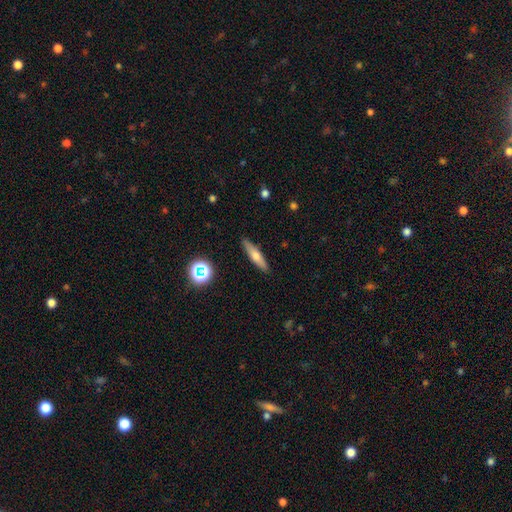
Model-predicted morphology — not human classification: smooth 54%, featured or disk 37%, star or artifact 9%. Down the decision tree: how rounded — cigar-shaped (80%); merging — none (89%).